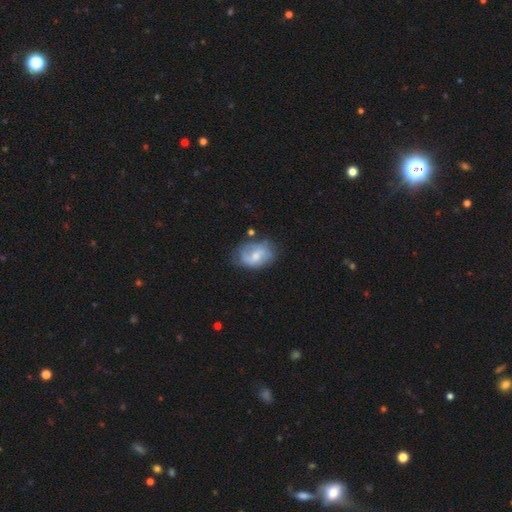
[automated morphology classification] smooth-or-featured: featured or disk: 53% | smooth: 41% | star or artifact: 7%
  disk-edge-on: no: 97% | yes: 3%
    bar: weak: 46% (tied) | no: 46% (tied) | strong: 9%
    has-spiral-arms: yes: 72% | no: 28%
    bulge-size: moderate: 51% | small: 34% | none: 7% | large: 6% | dominant: 1%
  merging: none: 58% | minor disturbance: 27% | major disturbance: 11% | merger: 4%